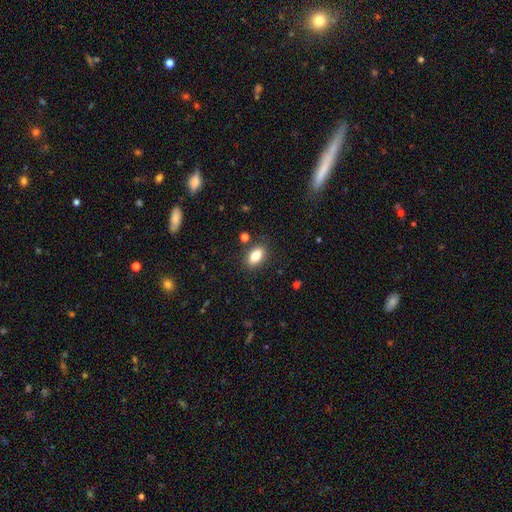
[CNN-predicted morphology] smooth 83%, featured or disk 9%, star or artifact 9%. Down the decision tree: how rounded — in between (88%); merging — none (85%).